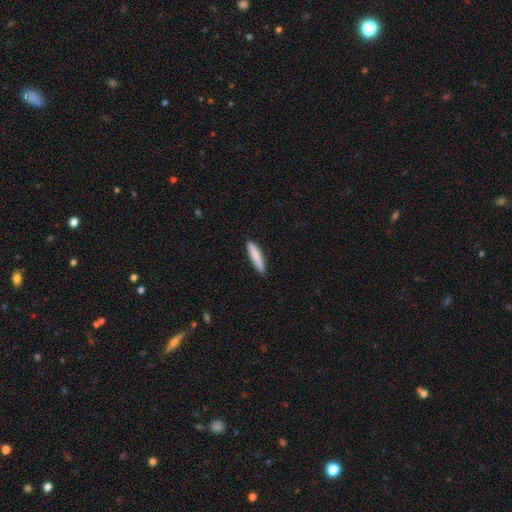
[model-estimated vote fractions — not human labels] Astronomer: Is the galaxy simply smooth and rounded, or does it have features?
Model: smooth — 83%.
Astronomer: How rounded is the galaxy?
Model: cigar-shaped — 88%.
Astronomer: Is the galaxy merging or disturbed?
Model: none — 89%.